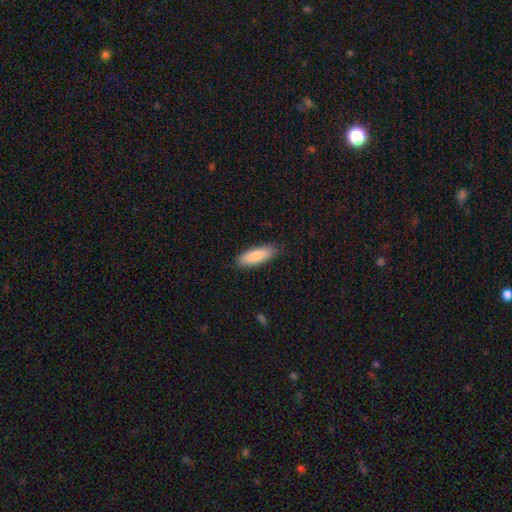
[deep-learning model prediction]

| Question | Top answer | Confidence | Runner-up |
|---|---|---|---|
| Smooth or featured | smooth | 88% | featured or disk (6%) |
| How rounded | in between | 55% | cigar-shaped (44%) |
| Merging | none | 87% | minor disturbance (10%) |